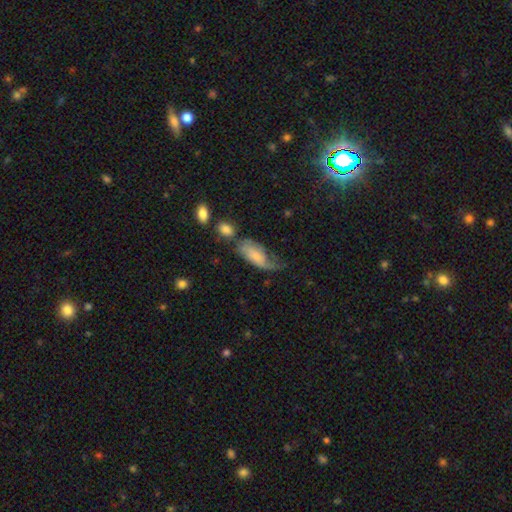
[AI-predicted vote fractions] Smooth or featured? smooth (60%)
How rounded? in between (88%)
Merging? minor disturbance (32%, tied with major disturbance)